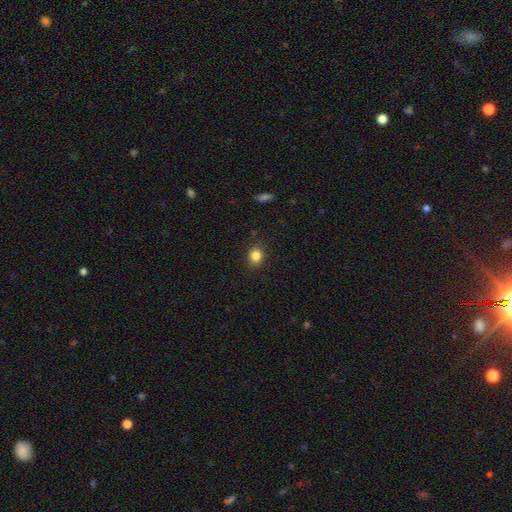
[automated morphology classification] Q: Smooth or featured?
A: smooth (84%); runner-up: star or artifact (11%)
Q: How rounded?
A: round (66%); runner-up: in between (33%)
Q: Merging?
A: none (86%); runner-up: minor disturbance (10%)